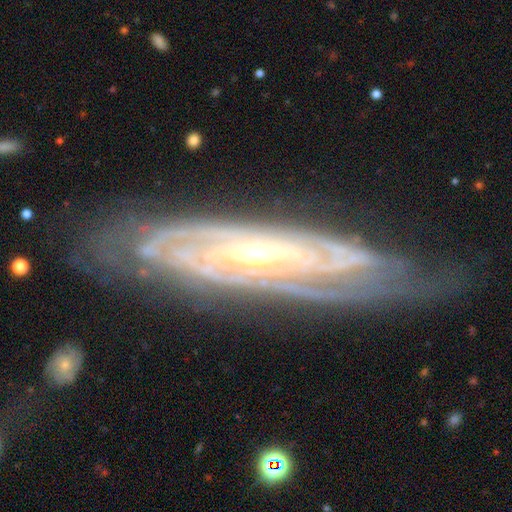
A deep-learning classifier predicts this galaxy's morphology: A featured or disk galaxy (89%) with no bar (50%), tight (73%) spiral arms (97%) and a small central bulge (70%).

Vote fractions:
- Smooth or featured? featured or disk: 89% / smooth: 6% / star or artifact: 5%
- Edge-on disk? no: 79% / yes: 21%
- Bar? no: 50% / weak: 29% / strong: 21%
- Spiral arms? yes: 97% / no: 3%
- Spiral winding? tight: 73% / medium: 22% / loose: 5%
- Spiral arm count? can't tell: 34% / 2: 26% / 3: 16% / 4: 11% / more than 4: 7% / 1: 6%
- Bulge size? small: 70% / moderate: 26% / large: 1% / none: 1% / dominant: 1%
- Merging? none: 75% / minor disturbance: 17% / major disturbance: 6% / merger: 2%